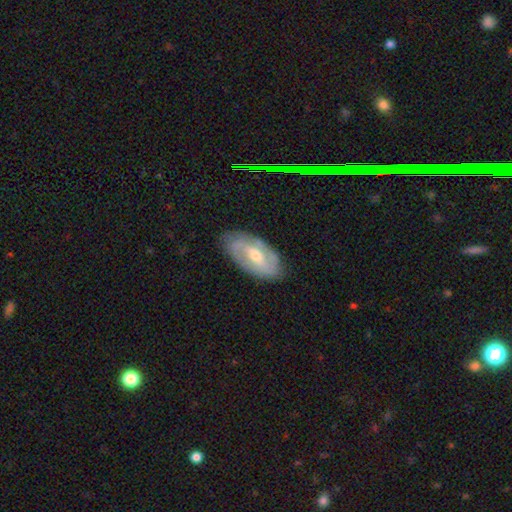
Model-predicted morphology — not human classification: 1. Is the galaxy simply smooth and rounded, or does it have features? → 74% featured or disk, 19% smooth, 6% star or artifact.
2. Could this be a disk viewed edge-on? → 93% no, 7% yes.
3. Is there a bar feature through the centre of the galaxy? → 46% weak, 29% strong, 26% no.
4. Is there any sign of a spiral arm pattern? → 83% yes, 17% no.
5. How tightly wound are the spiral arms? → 47% tight, 38% medium, 15% loose.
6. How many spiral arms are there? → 67% 2, 21% can't tell, 5% 3, 4% 1, 2% 4, 2% more than 4.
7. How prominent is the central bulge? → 56% moderate, 40% small, 2% large, 1% none, 1% dominant.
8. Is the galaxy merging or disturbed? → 79% none, 16% minor disturbance, 4% major disturbance, 1% merger.